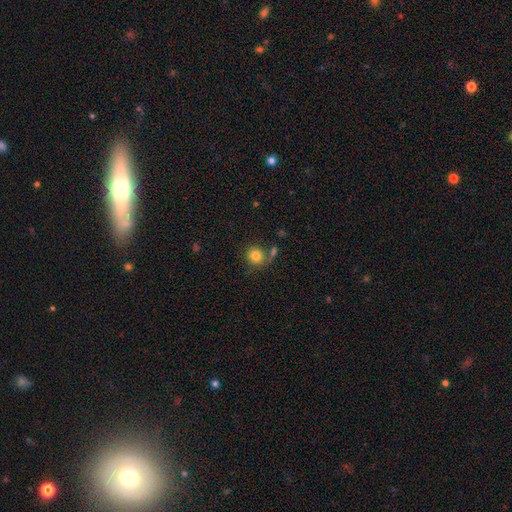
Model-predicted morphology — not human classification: smooth 81%, star or artifact 10%, featured or disk 8%. Down the decision tree: how rounded — round (82%); merging — none (66%).